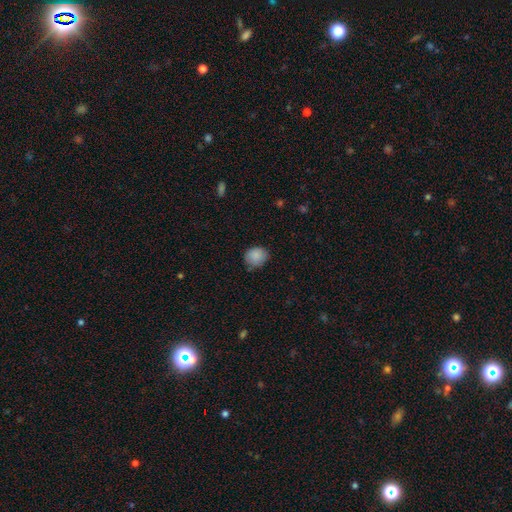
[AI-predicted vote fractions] A smooth galaxy with no disk features (87%) that is round (71%). Merging: none (72%).